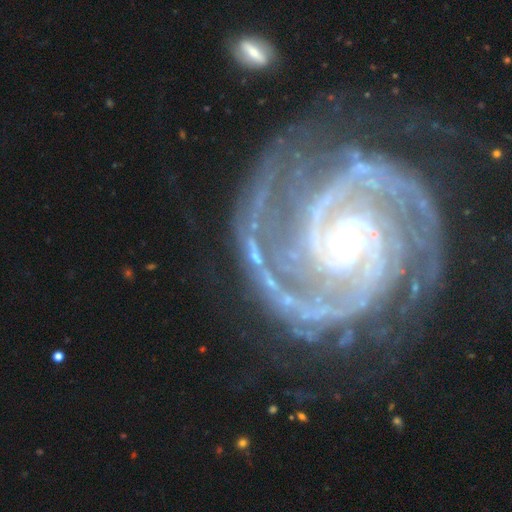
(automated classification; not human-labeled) This appears to be a featured or disk galaxy (81%) with no bar (49%), 2 (35%) tight (53%) spiral arms (94%) and a small central bulge (64%). Merging: none (61%).